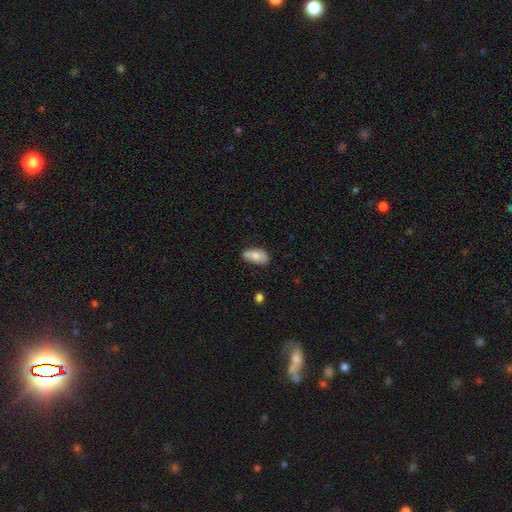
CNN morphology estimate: A smooth galaxy with no disk features (73%) that is in between round and cigar-shaped (93%). Merging: none (63%).